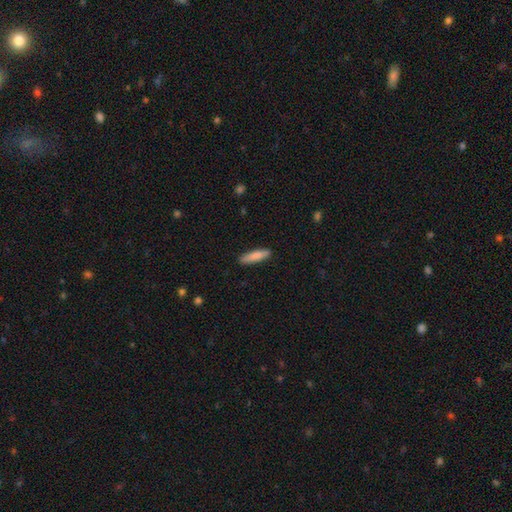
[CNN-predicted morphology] The model was most divided on "how rounded": cigar-shaped: 74%, in between: 25%, round: 1%. More confident: merging — none (87%); smooth or featured — smooth (85%).